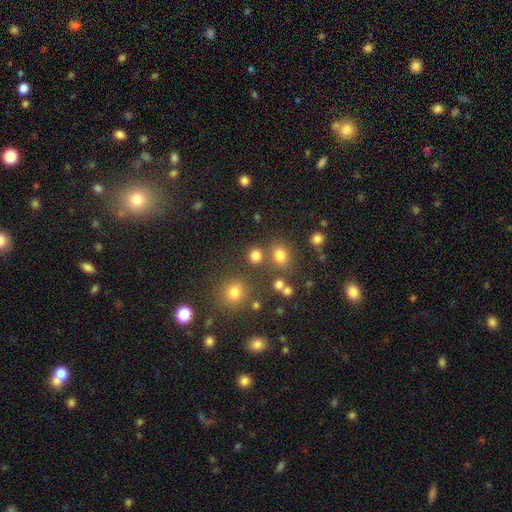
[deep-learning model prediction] This is likely a smooth galaxy (78%). How rounded: clearly round (83%). Merging: likely none (75%).